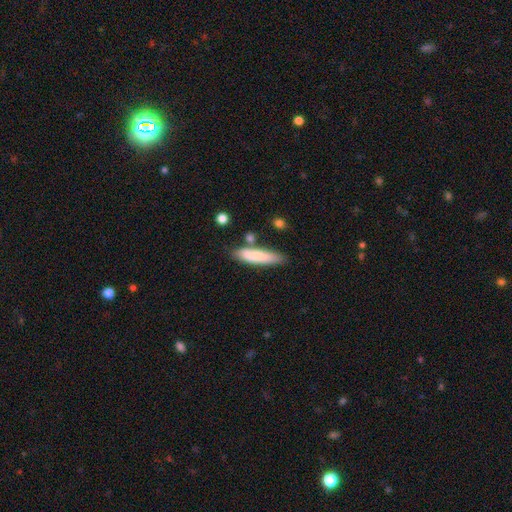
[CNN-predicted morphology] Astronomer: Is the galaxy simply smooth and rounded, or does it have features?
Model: smooth — 79%.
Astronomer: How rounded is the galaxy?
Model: cigar-shaped — 73%.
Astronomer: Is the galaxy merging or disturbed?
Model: none — 71%.